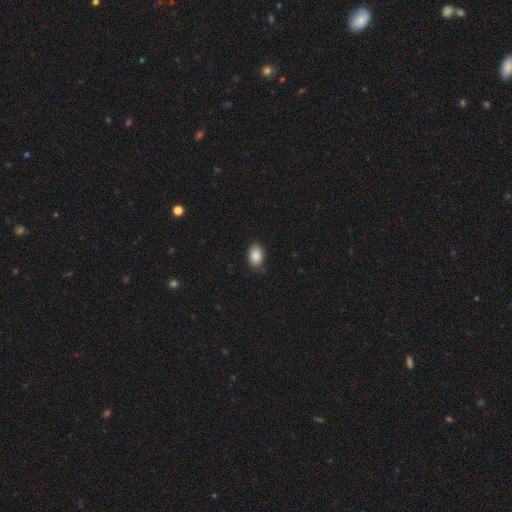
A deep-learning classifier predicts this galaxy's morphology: This appears to be a smooth galaxy with no disk features (87%) that is in between round and cigar-shaped (82%). Merging: none (80%).